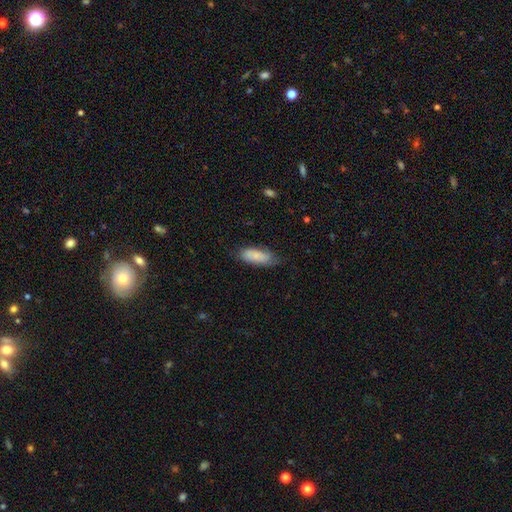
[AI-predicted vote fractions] Smooth or featured?
  - smooth: 81% *
  - featured or disk: 13%
  - star or artifact: 6%
How rounded?
  - in between: 73% *
  - cigar-shaped: 25%
  - round: 2%
Merging?
  - none: 69% *
  - minor disturbance: 24%
  - major disturbance: 5%
  - merger: 1%